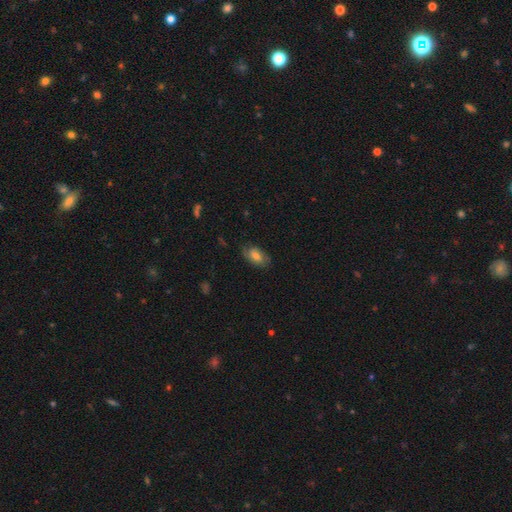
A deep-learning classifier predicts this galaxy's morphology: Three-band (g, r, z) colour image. It shows a smooth galaxy with no disk features (53%) that is in between round and cigar-shaped (90%). Merging: none (73%).